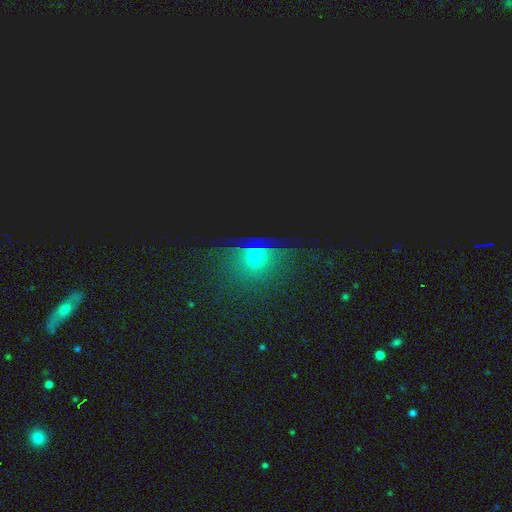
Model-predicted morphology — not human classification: type=smooth (42%); merging=none (71%).